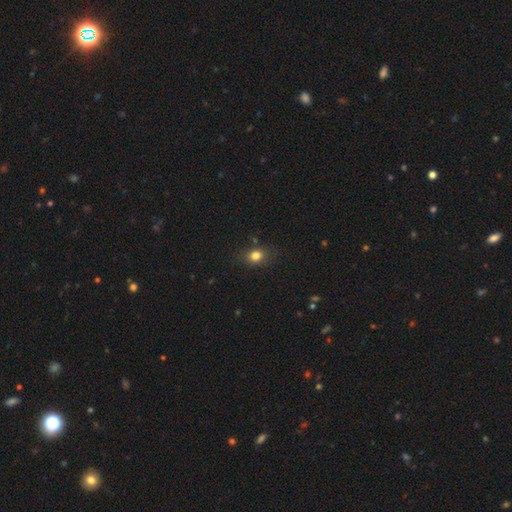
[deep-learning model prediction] A smooth galaxy with no disk features (80%) that is round (51%). Merging: none (79%).